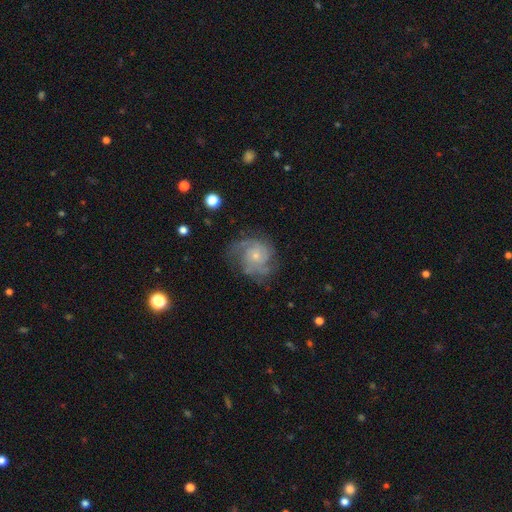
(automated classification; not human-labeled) This is likely a featured or disk galaxy (80%). It is clearly not viewed edge-on (98%). Bar: likely no (78%). Spiral arm pattern: clearly yes (94%). Spiral arm count: marginally 3 (31%). Spiral winding: possibly medium (45%). Central bulge: likely small (75%). Merging: likely none (65%).